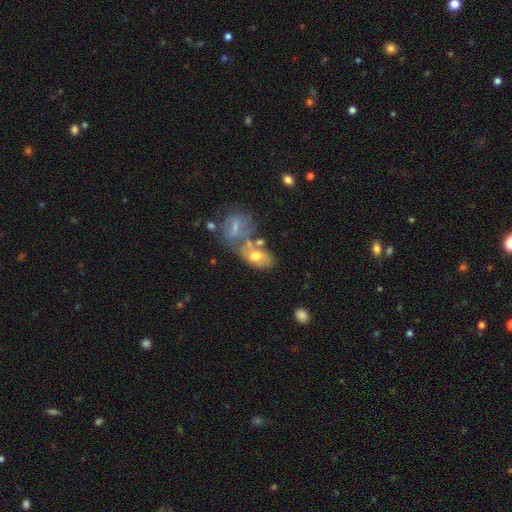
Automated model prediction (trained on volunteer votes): Morphology: type=smooth (53%); roundness=in between (85%); merging=merger (49%).